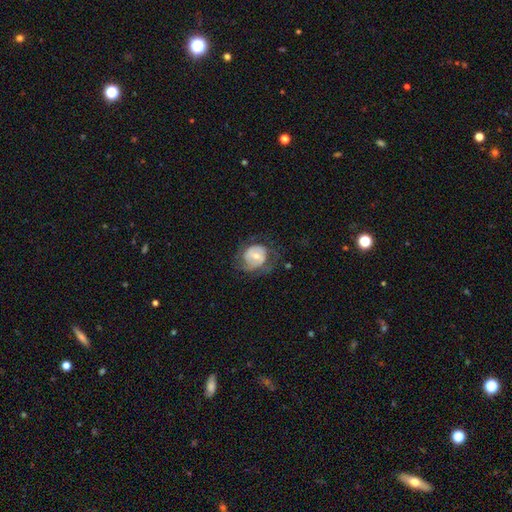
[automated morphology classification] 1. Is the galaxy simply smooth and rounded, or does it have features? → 58% featured or disk, 35% smooth, 7% star or artifact.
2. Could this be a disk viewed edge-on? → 97% no, 3% yes.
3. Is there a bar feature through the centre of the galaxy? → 50% no, 37% weak, 13% strong.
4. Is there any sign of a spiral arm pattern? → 65% yes, 35% no.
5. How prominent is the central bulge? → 54% moderate, 39% small, 4% large, 2% none, 1% dominant.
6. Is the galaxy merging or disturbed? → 51% none, 24% minor disturbance, 23% major disturbance, 1% merger.